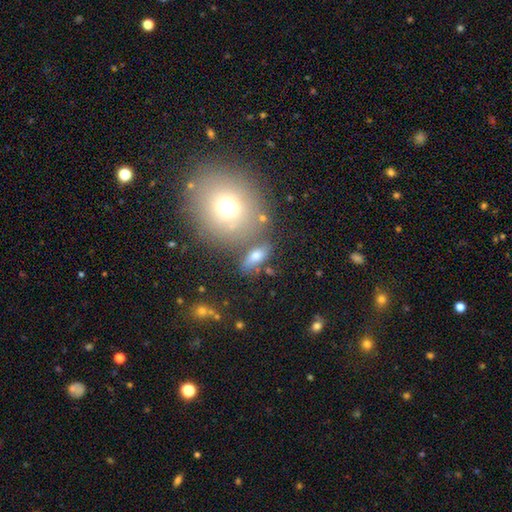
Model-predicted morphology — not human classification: The model was most divided on "smooth or featured": smooth: 64%, featured or disk: 19%, star or artifact: 17%. More confident: merging — none (70%); how rounded — in between (70%).